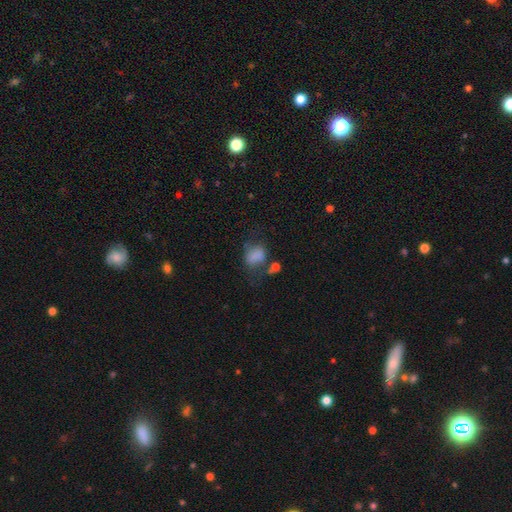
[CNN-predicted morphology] smooth-or-featured: smooth: 72% | featured or disk: 15% | star or artifact: 13%
  how-rounded: in between: 57% | round: 42% | cigar-shaped: 1%
  merging: none: 40% | minor disturbance: 25% | major disturbance: 24% | merger: 12%